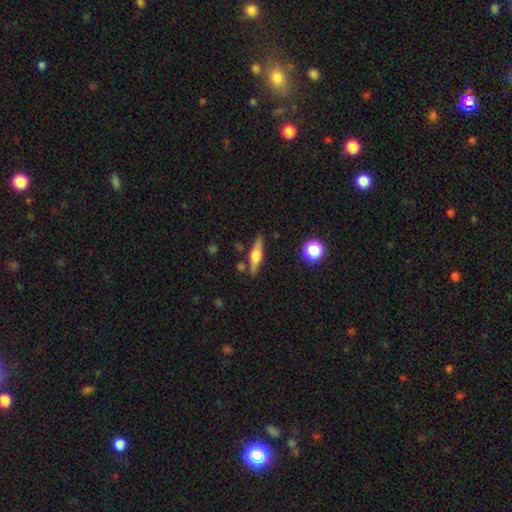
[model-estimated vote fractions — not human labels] This appears to be a featured or disk galaxy (62%) viewed edge-on (95%) with a rounded central bulge (90%). Merging: none (82%).